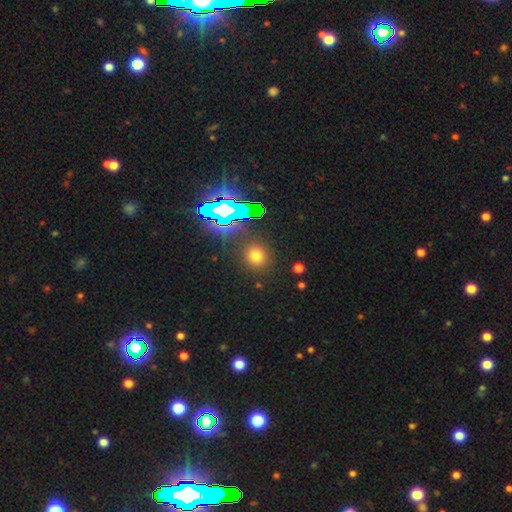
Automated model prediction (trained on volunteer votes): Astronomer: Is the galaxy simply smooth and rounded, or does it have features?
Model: smooth — 66%.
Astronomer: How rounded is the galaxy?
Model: round — 89%.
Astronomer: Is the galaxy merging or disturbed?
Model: none — 87%.